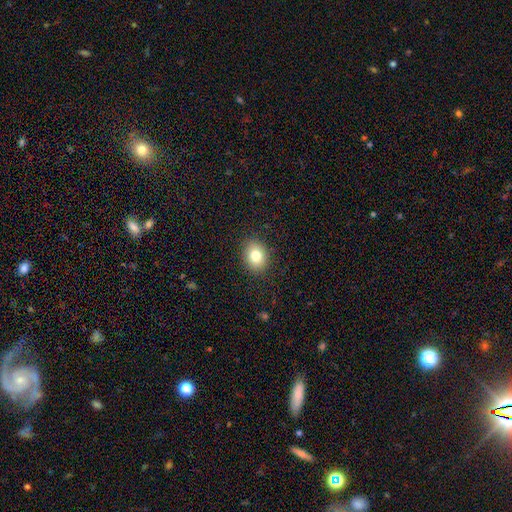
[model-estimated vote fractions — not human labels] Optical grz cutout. It shows a smooth galaxy with no disk features (81%) that is in between round and cigar-shaped (53%). Merging: none (89%).